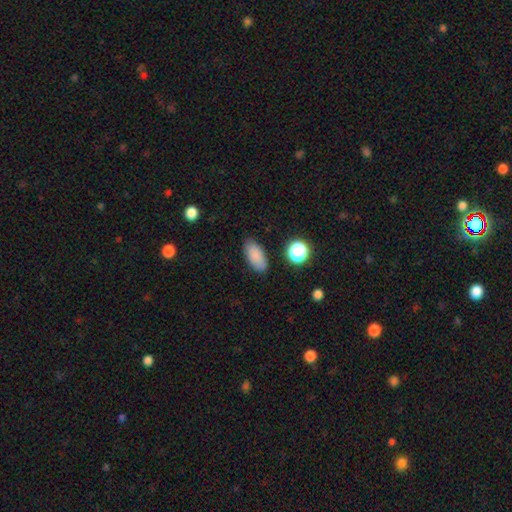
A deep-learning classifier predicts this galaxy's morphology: A smooth galaxy with no disk features (85%) that is in between round and cigar-shaped (89%). Merging: none (84%).